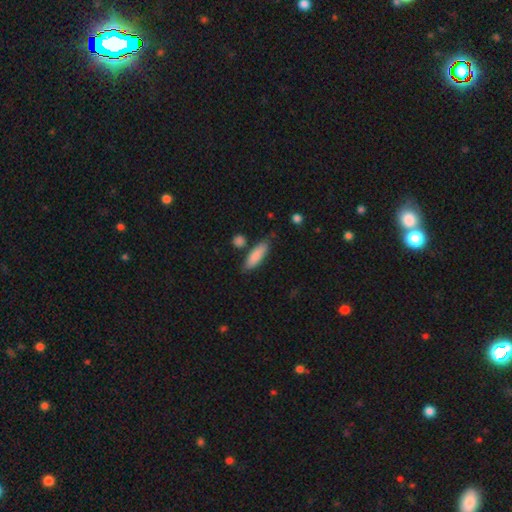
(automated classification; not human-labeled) smooth_or_featured: smooth (p=0.85) [alt: featured or disk p=0.09]
how_rounded: cigar-shaped (p=0.50) [alt: in between p=0.48]
merging: none (p=0.78) [alt: minor disturbance p=0.13]